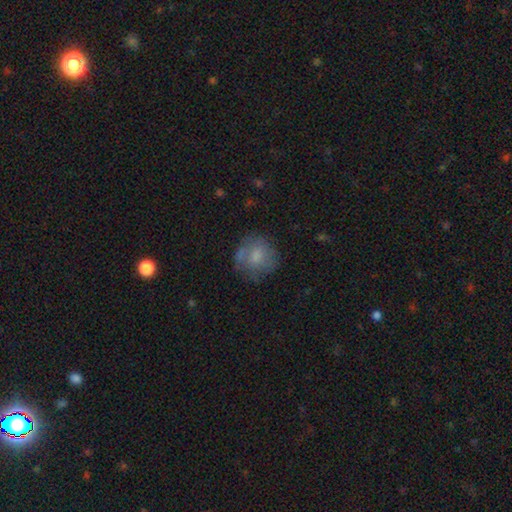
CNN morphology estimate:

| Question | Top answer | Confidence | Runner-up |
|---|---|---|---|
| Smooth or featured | smooth | 67% | featured or disk (24%) |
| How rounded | round | 83% | in between (16%) |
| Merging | none | 63% | minor disturbance (21%) |